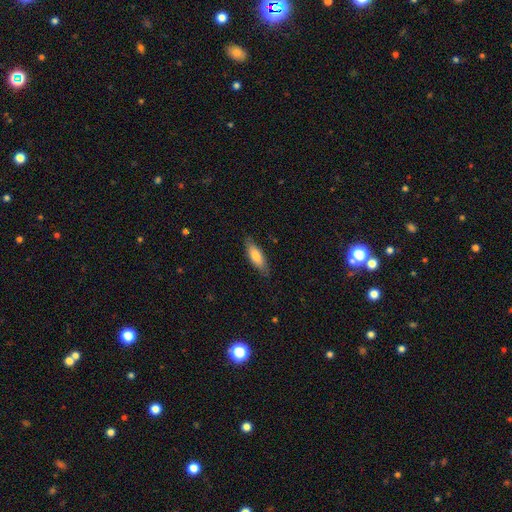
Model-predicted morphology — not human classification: Smooth or featured: smooth — 72% (featured or disk — 22%)
How rounded: in between — 57% (cigar-shaped — 41%)
Merging: none — 82% (minor disturbance — 14%)